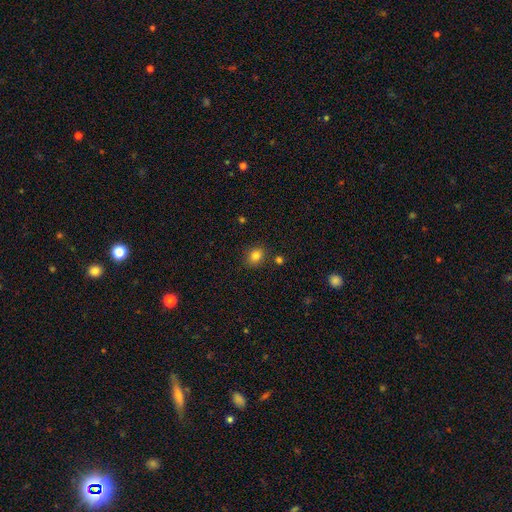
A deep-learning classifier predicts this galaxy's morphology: A smooth galaxy with no disk features (82%) that is round (58%).

Vote fractions:
- Smooth or featured? smooth: 82% / star or artifact: 12% / featured or disk: 6%
- How rounded? round: 58% / in between: 41% / cigar-shaped: 1%
- Merging? none: 84% / minor disturbance: 10% / merger: 4% / major disturbance: 3%